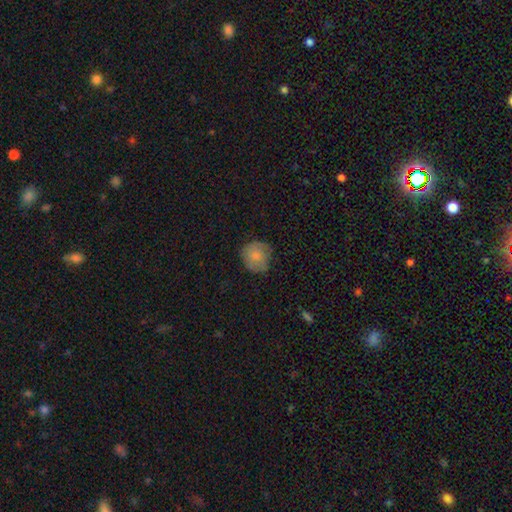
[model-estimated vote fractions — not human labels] Q: Smooth or featured?
A: smooth (72%); runner-up: featured or disk (21%)
Q: How rounded?
A: round (86%); runner-up: in between (13%)
Q: Merging?
A: none (69%); runner-up: minor disturbance (24%)